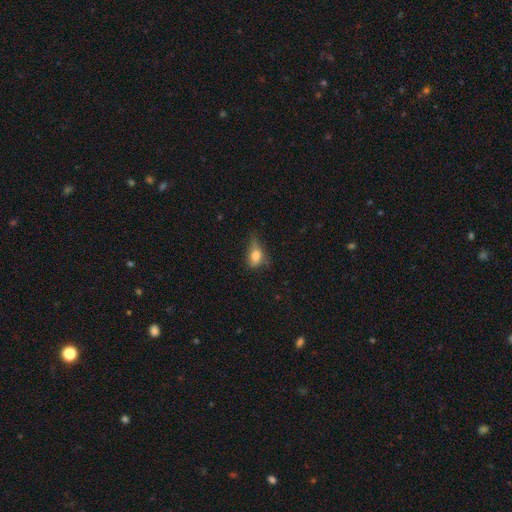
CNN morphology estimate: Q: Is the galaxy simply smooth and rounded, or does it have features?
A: smooth — 73%.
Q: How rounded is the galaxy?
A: in between — 76%.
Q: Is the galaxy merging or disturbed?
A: minor disturbance — 40%.